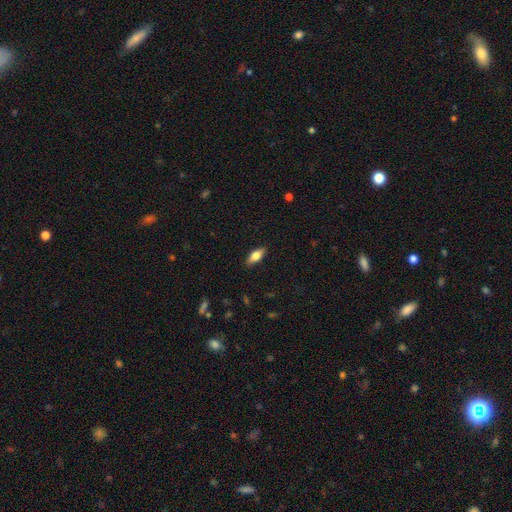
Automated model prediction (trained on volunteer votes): Smooth or featured: smooth — 69% (featured or disk — 24%)
How rounded: in between — 76% (cigar-shaped — 20%)
Merging: none — 88% (minor disturbance — 9%)